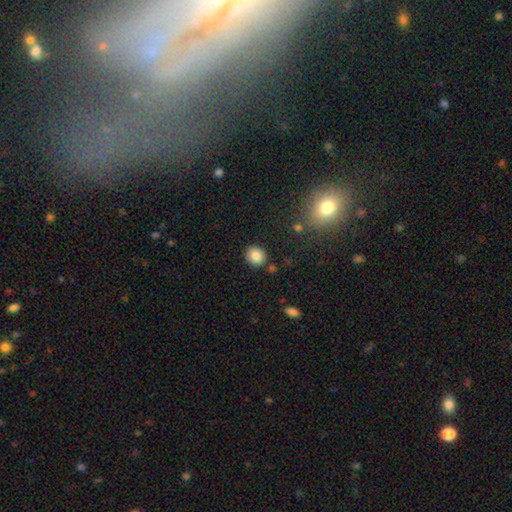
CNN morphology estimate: type=smooth (84%); roundness=round (83%); merging=none (87%).